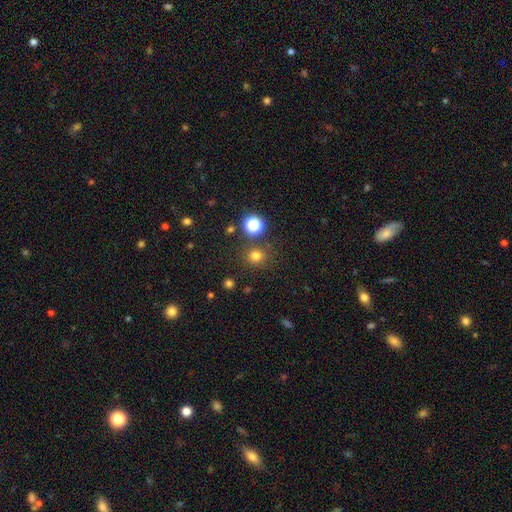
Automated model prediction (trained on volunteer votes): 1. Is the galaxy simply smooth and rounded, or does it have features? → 74% smooth, 20% star or artifact, 6% featured or disk.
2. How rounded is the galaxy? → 89% round, 10% in between, 1% cigar-shaped.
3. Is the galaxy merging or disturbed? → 83% none, 8% minor disturbance, 6% merger, 3% major disturbance.